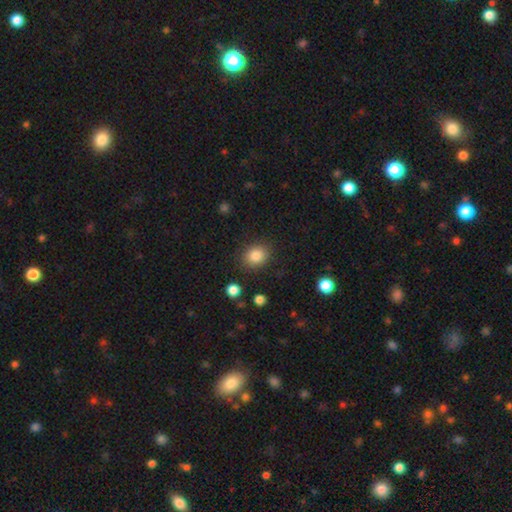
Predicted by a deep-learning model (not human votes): The model was most divided on "how rounded": round: 63%, in between: 36%, cigar-shaped: 1%. More confident: merging — none (86%); smooth or featured — smooth (85%).